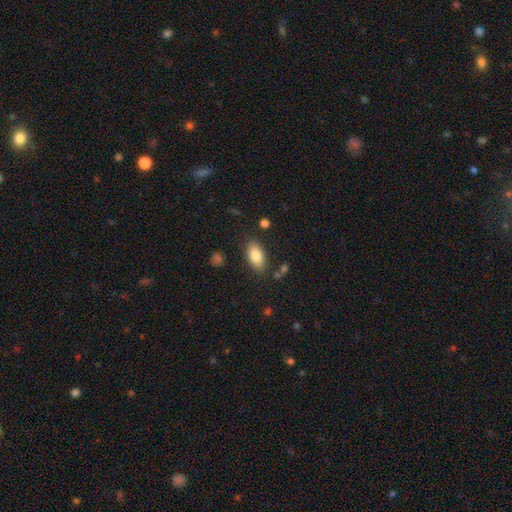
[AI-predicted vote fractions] Smooth or featured: smooth — 83% (featured or disk — 10%)
How rounded: in between — 91% (cigar-shaped — 6%)
Merging: none — 83% (minor disturbance — 11%)